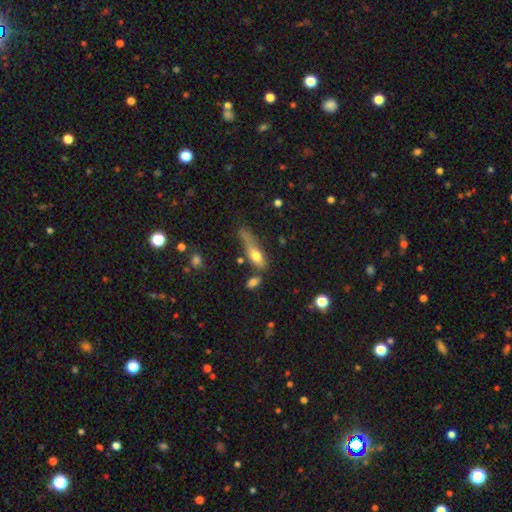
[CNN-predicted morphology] smooth-or-featured: smooth: 63% | featured or disk: 29% | star or artifact: 8%
  how-rounded: in between: 49% | cigar-shaped: 47% | round: 4%
  merging: none: 31% | minor disturbance: 27% | major disturbance: 25% | merger: 17%